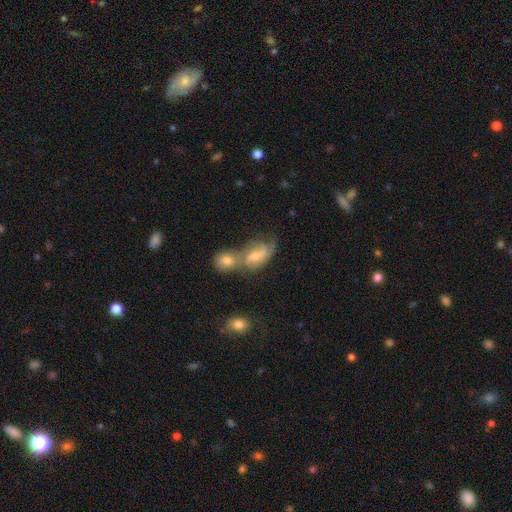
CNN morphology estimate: This is likely a featured or disk galaxy (63%). It is clearly not viewed edge-on (95%). Bar: possibly weak (49%). Spiral arm pattern: clearly yes (88%). Spiral arm count: possibly 2 (59%). Spiral winding: possibly medium (47%). Central bulge: possibly moderate (55%). Merging: possibly merger (47%).